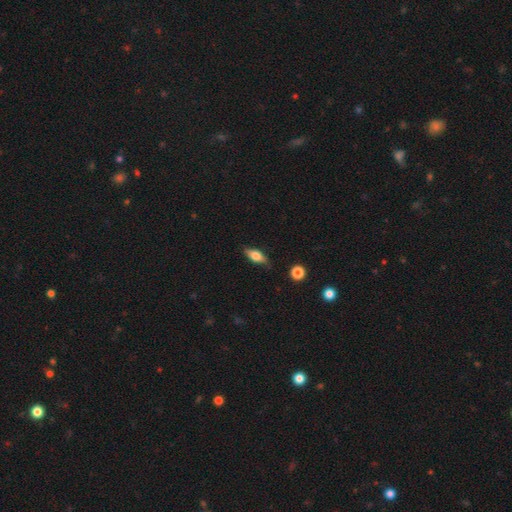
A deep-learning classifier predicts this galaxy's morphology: A smooth galaxy with no disk features (63%) that is in between round and cigar-shaped (73%). Merging: none (80%).